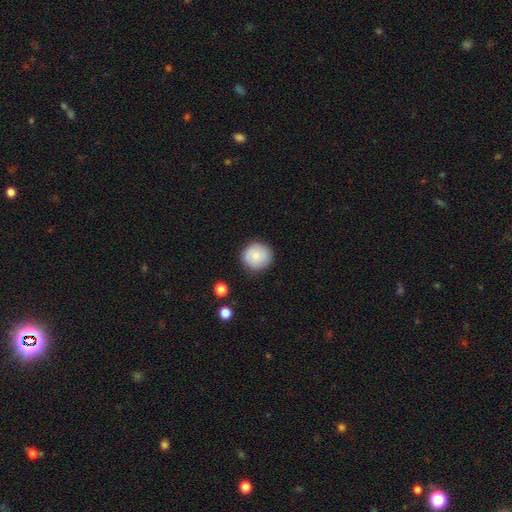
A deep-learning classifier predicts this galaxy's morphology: Q: Smooth or featured?
A: smooth (82%); runner-up: featured or disk (11%)
Q: How rounded?
A: round (92%); runner-up: in between (7%)
Q: Merging?
A: none (86%); runner-up: minor disturbance (10%)